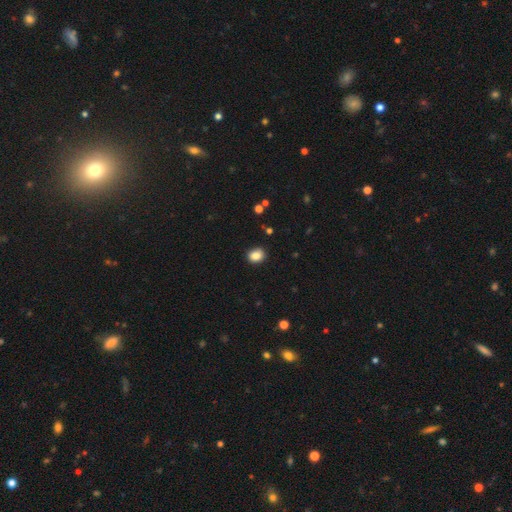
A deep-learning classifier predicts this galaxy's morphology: Smooth or featured? Predicted: smooth (p=0.86). How rounded? Predicted: round (p=0.53). Merging? Predicted: none (p=0.88).